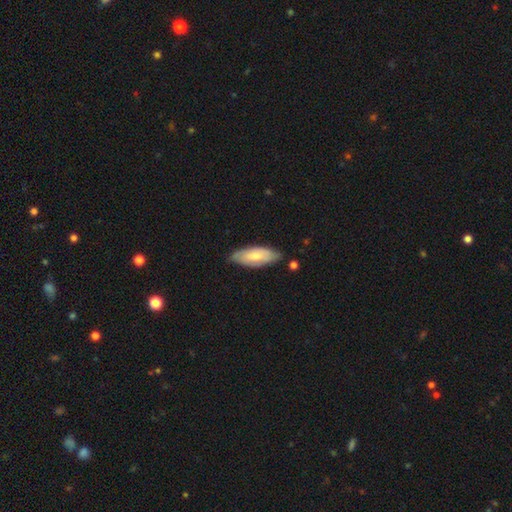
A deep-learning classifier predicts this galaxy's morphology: The model was most divided on "smooth or featured": smooth: 65%, featured or disk: 30%, star or artifact: 5%. More confident: merging — none (74%); how rounded — in between (73%).